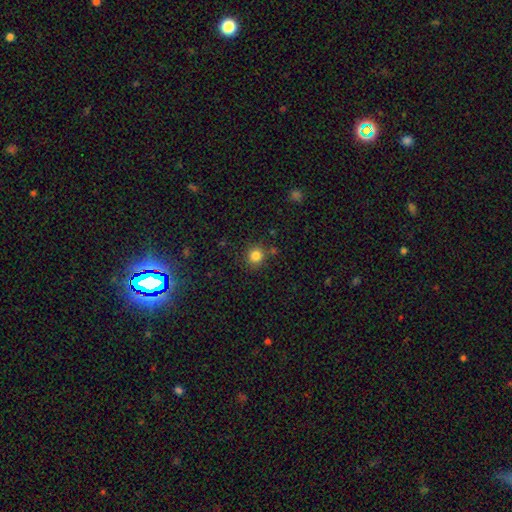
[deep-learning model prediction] A smooth galaxy with no disk features (83%) that is round (89%). Merging: none (83%).